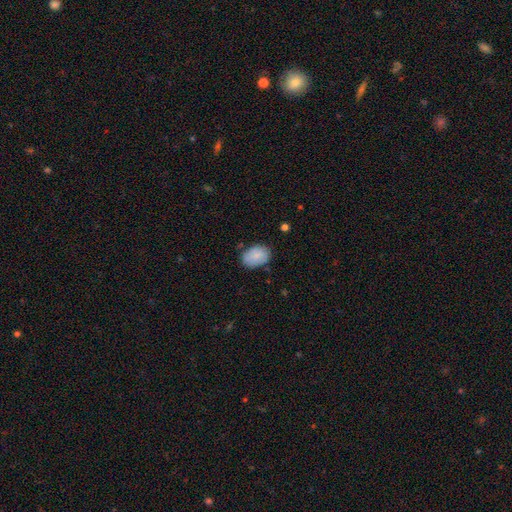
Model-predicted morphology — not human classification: smooth 85%, featured or disk 9%, star or artifact 7%. Down the decision tree: how rounded — in between (82%); merging — none (76%).